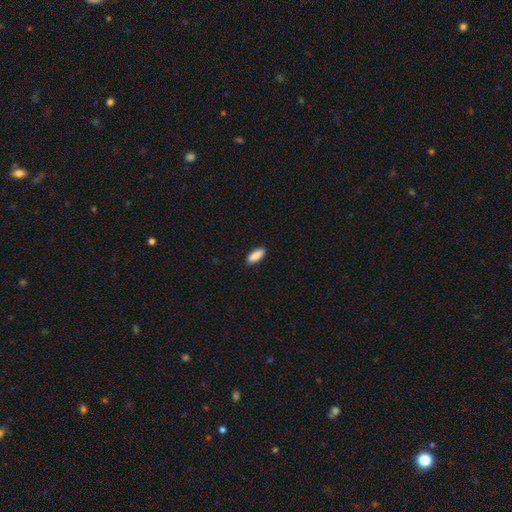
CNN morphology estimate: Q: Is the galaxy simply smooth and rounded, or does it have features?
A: smooth — 88%.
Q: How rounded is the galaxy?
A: in between — 73%.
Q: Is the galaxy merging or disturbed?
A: none — 86%.